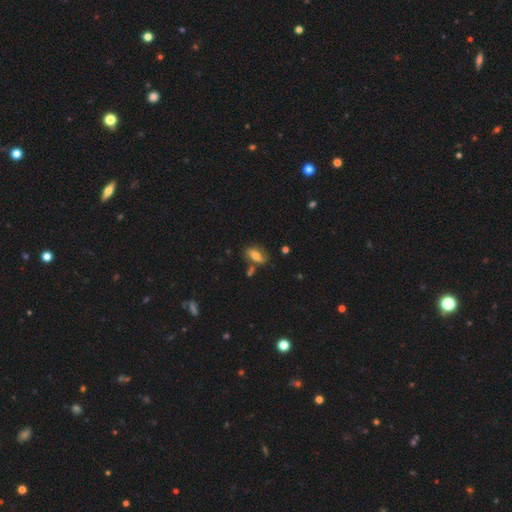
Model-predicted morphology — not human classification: A smooth galaxy with no disk features (59%) that is in between round and cigar-shaped (83%). Merging: none (63%).